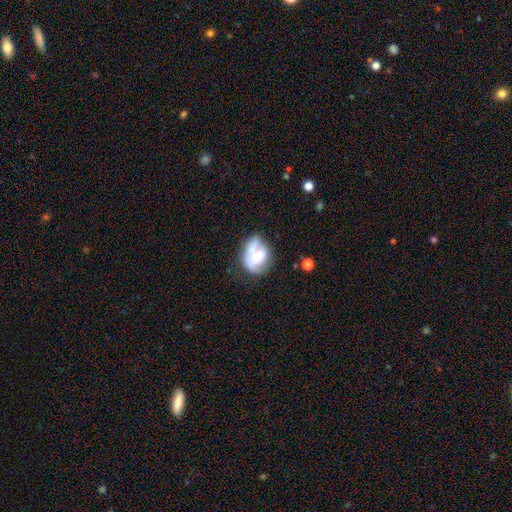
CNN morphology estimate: Smooth or featured? smooth (48%)
Merging? merger (37%)